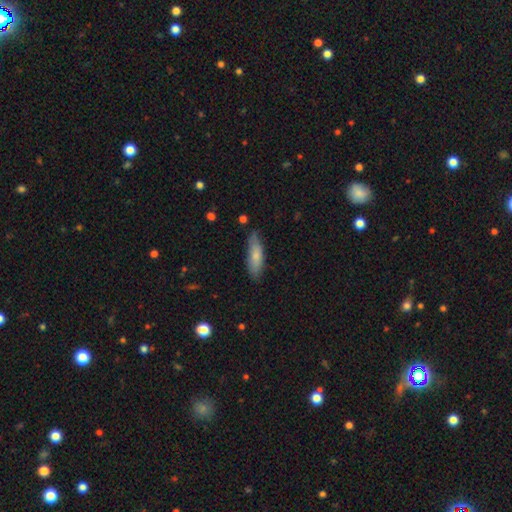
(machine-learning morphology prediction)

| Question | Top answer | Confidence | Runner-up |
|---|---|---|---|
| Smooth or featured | smooth | 76% | featured or disk (18%) |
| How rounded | cigar-shaped | 50% | in between (48%) |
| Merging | none | 75% | minor disturbance (20%) |